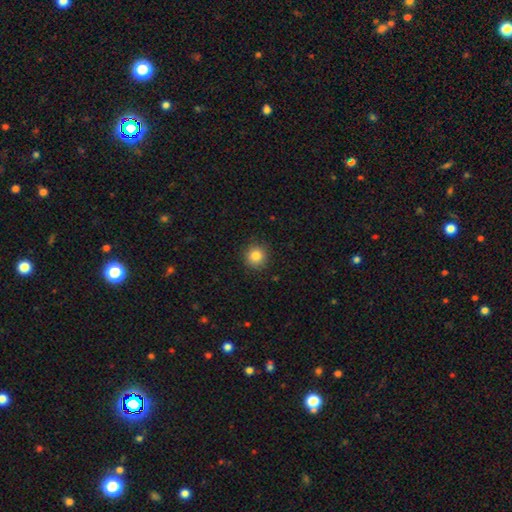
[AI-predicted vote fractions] A smooth galaxy with no disk features (84%) that is round (93%). Merging: none (90%).